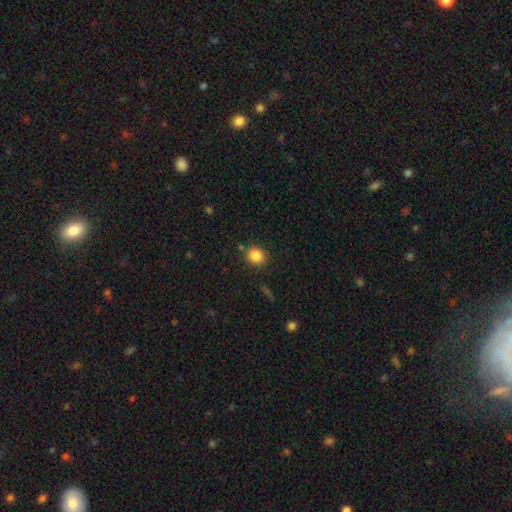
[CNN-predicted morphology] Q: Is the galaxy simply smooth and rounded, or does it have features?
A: smooth — 85%.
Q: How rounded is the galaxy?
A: round — 81%.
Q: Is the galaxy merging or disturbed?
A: none — 83%.